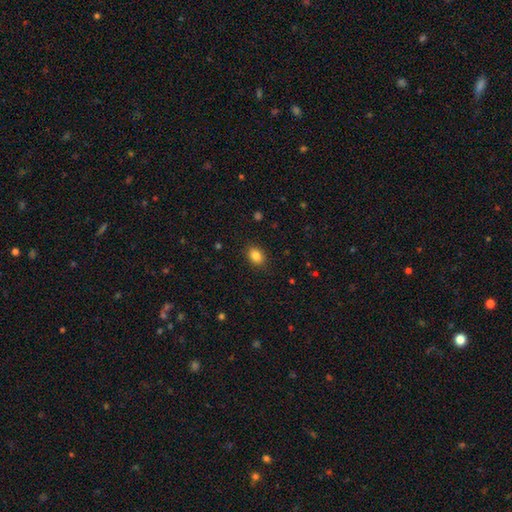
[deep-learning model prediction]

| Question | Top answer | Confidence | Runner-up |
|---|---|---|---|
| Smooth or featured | smooth | 85% | star or artifact (10%) |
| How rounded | in between | 66% | round (33%) |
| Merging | none | 89% | minor disturbance (8%) |